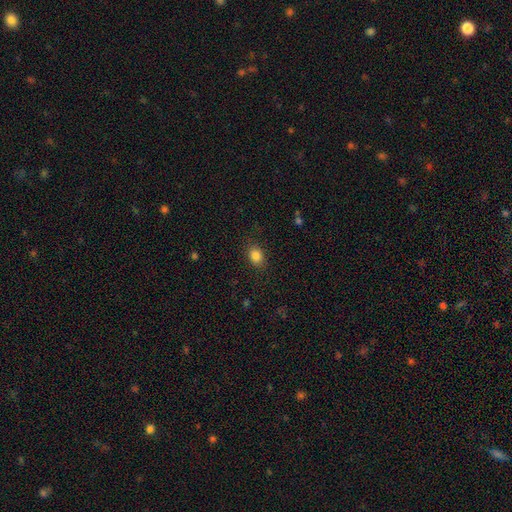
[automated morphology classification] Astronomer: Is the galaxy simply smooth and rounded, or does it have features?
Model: smooth — 84%.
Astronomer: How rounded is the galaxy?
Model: in between — 66%.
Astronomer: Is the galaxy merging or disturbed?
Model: none — 85%.